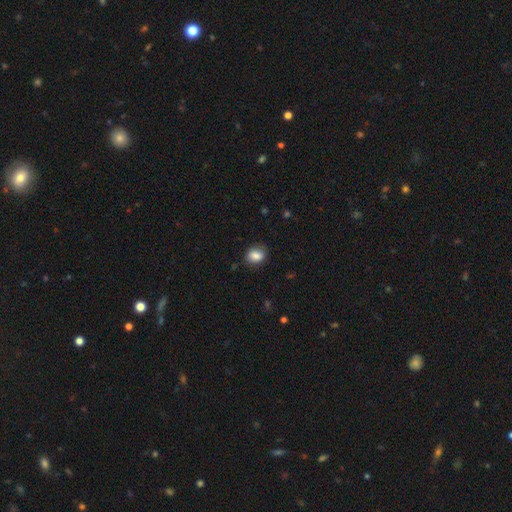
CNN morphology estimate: This appears to be a smooth galaxy with no disk features (85%) that is in between round and cigar-shaped (61%). Merging: none (81%).